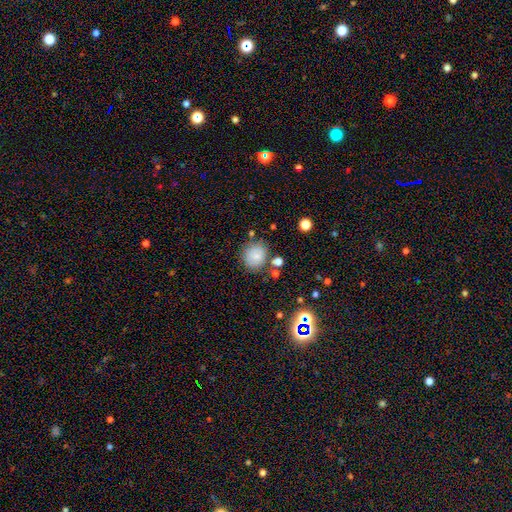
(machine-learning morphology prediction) smooth_or_featured: smooth (p=0.79) [alt: star or artifact p=0.11]
how_rounded: round (p=0.79) [alt: in between p=0.21]
merging: none (p=0.76) [alt: minor disturbance p=0.14]